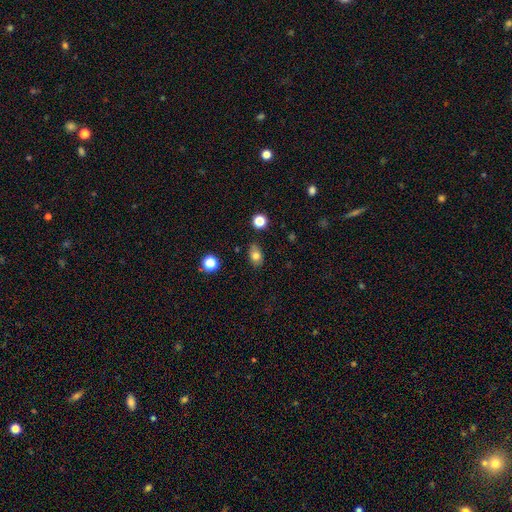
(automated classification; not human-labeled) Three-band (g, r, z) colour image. It shows a smooth galaxy with no disk features (79%) that is in between round and cigar-shaped (76%). Merging: none (80%).